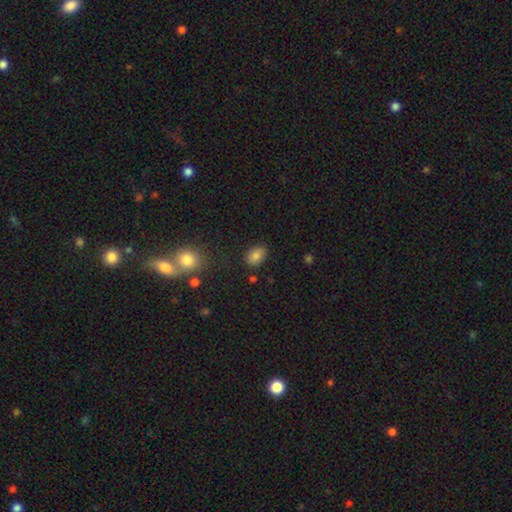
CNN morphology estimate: This appears to be a smooth galaxy with no disk features (83%) that is in between round and cigar-shaped (79%). Merging: none (83%).